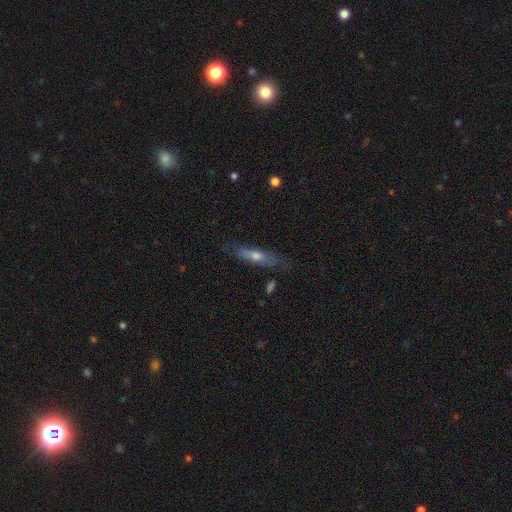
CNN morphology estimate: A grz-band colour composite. It shows a featured or disk galaxy (47%). Merging: none (75%).